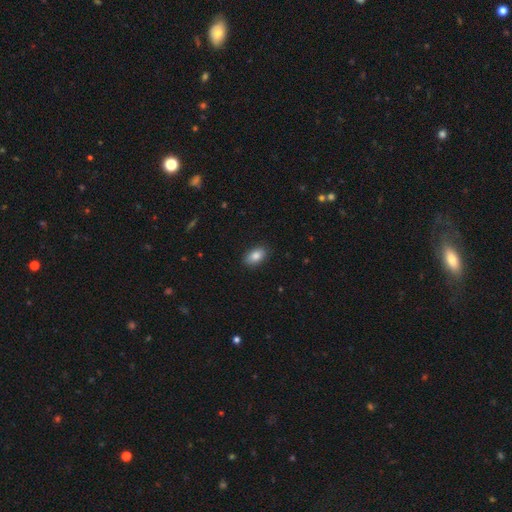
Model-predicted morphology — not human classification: smooth-or-featured: smooth: 85% | star or artifact: 8% | featured or disk: 7%
  how-rounded: in between: 91% | round: 7% | cigar-shaped: 2%
  merging: none: 87% | minor disturbance: 9% | major disturbance: 2% | merger: 1%